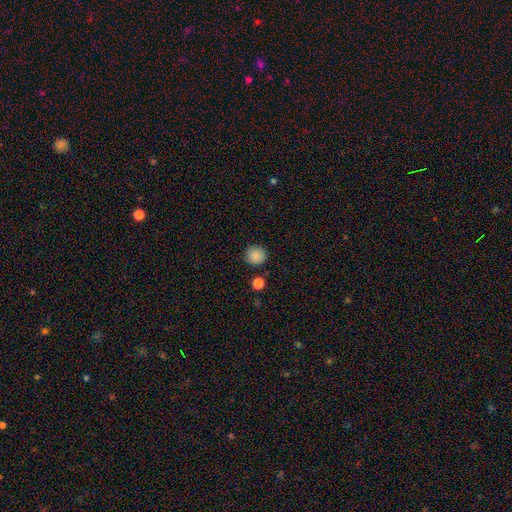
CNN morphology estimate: smooth-or-featured: smooth: 86% | star or artifact: 9% | featured or disk: 4%
  how-rounded: round: 91% | in between: 8% | cigar-shaped: 1%
  merging: none: 86% | minor disturbance: 9% | merger: 3% | major disturbance: 2%